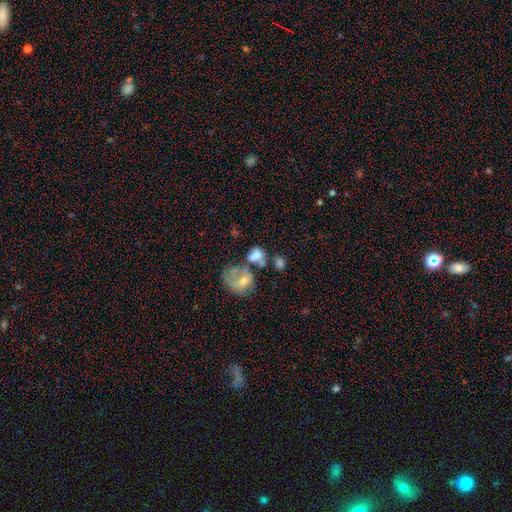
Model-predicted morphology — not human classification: Overall: smooth (64%; featured or disk 25%). How rounded: in between (67%; round 32%). Merging: merger (42%; none 23%).